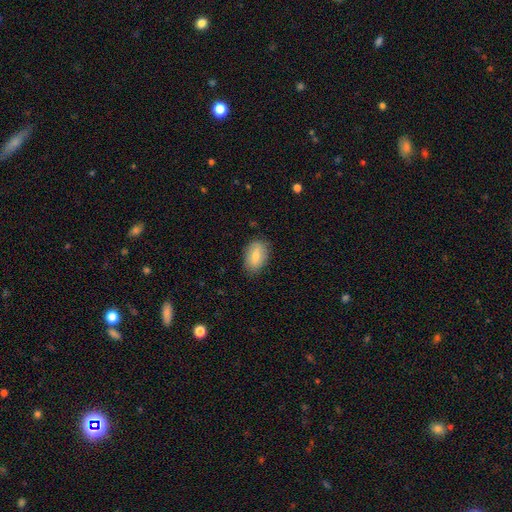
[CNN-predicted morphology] This appears to be a smooth galaxy with no disk features (73%) that is in between round and cigar-shaped (88%). Merging: none (84%).